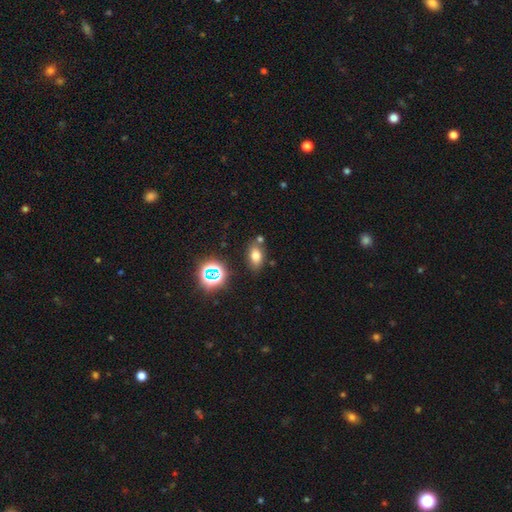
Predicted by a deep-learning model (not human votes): This appears to be a smooth galaxy with no disk features (70%) that is in between round and cigar-shaped (80%). Merging: none (72%).